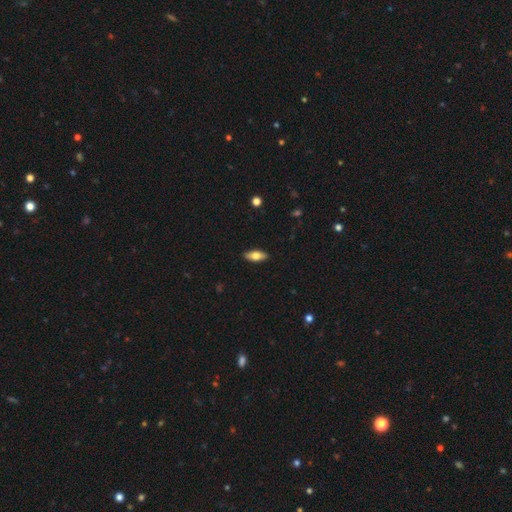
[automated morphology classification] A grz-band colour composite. It shows a smooth galaxy with no disk features (72%) that is in between round and cigar-shaped (79%). Merging: none (90%).